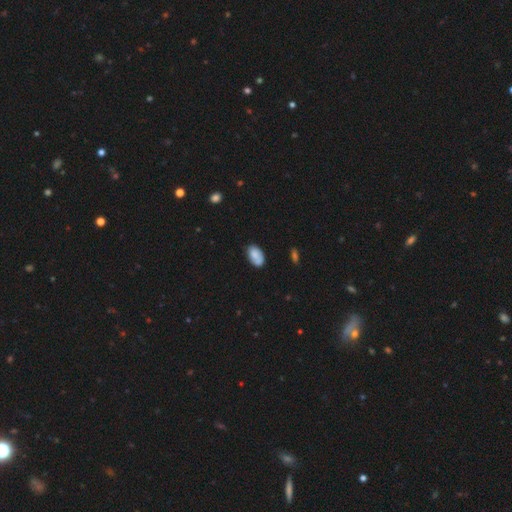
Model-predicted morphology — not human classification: Smooth or featured: smooth — 79% (featured or disk — 13%)
How rounded: in between — 93% (round — 6%)
Merging: none — 67% (minor disturbance — 22%)